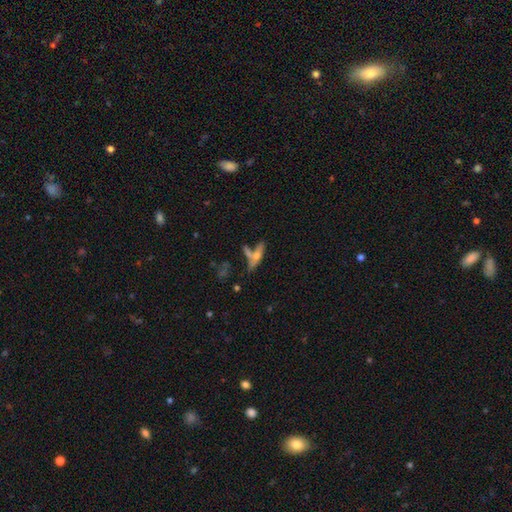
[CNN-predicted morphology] smooth 50%, featured or disk 41%, star or artifact 9%. Down the decision tree: how rounded — cigar-shaped (63%); merging — none (49%).